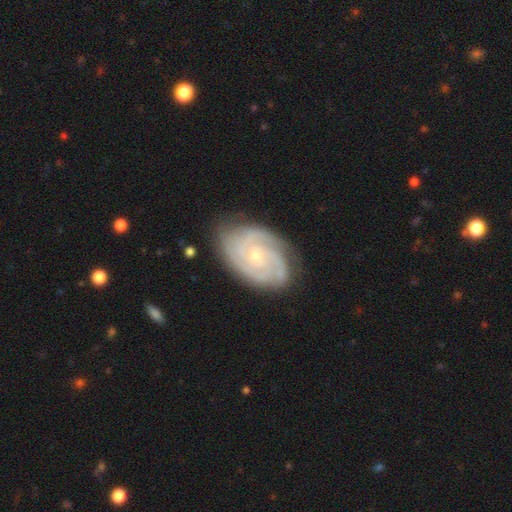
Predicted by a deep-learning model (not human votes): Smooth or featured: featured or disk — 87% (smooth — 8%)
Edge-on disk: no — 97% (yes — 3%)
Bar: no — 74% (weak — 22%)
Spiral arms: yes — 98% (no — 2%)
Spiral winding: tight — 73% (medium — 24%)
Spiral arm count: 3 — 35% (2 — 20%)
Bulge size: small — 71% (moderate — 26%)
Merging: none — 78% (minor disturbance — 17%)